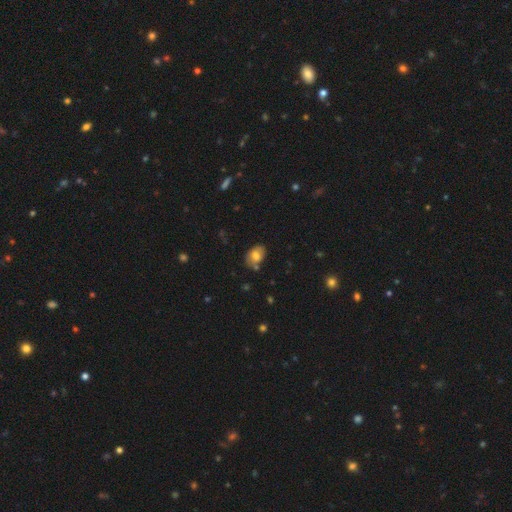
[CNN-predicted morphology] Smooth or featured?
  - smooth: 73% *
  - featured or disk: 18%
  - star or artifact: 9%
How rounded?
  - in between: 78% *
  - round: 21%
  - cigar-shaped: 1%
Merging?
  - none: 67% *
  - minor disturbance: 22%
  - merger: 7%
  - major disturbance: 5%